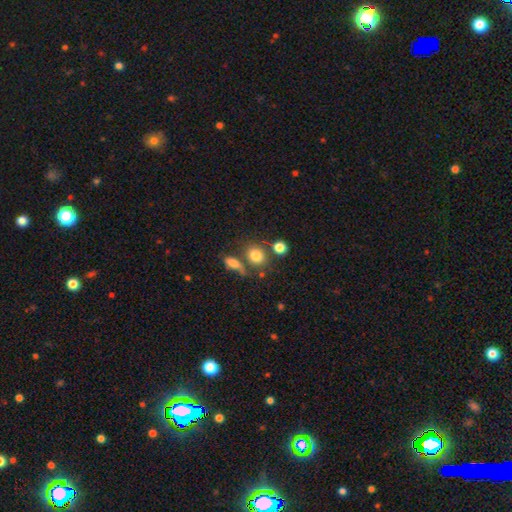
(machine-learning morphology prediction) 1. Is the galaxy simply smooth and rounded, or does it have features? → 79% smooth, 12% star or artifact, 9% featured or disk.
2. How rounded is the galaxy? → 69% round, 29% in between, 2% cigar-shaped.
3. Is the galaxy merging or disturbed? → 62% none, 20% merger, 12% minor disturbance, 6% major disturbance.